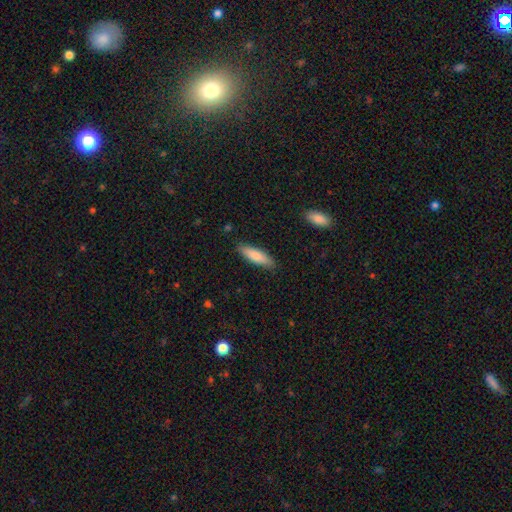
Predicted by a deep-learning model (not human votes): A smooth galaxy with no disk features (79%) that is cigar-shaped (58%).

Vote fractions:
- Smooth or featured? smooth: 79% / featured or disk: 15% / star or artifact: 6%
- How rounded? cigar-shaped: 58% / in between: 41% / round: 2%
- Merging? none: 87% / minor disturbance: 9% / major disturbance: 2% / merger: 1%